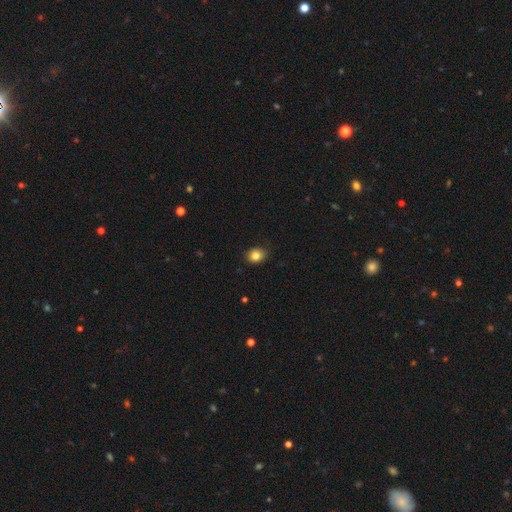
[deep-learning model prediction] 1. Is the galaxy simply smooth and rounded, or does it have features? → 83% smooth, 11% star or artifact, 6% featured or disk.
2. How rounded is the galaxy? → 66% round, 33% in between, 1% cigar-shaped.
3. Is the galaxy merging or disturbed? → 84% none, 12% minor disturbance, 2% major disturbance, 1% merger.